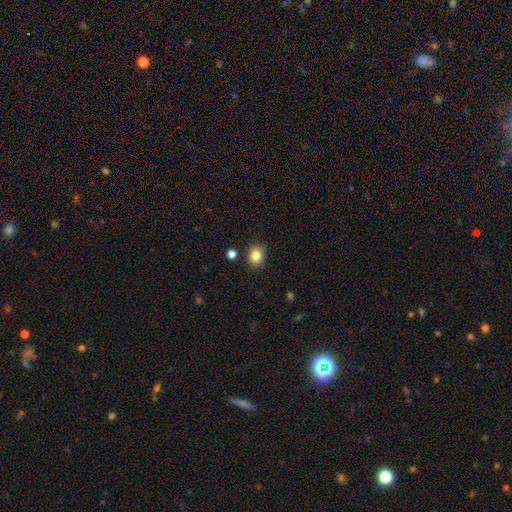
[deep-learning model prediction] This appears to be a smooth galaxy with no disk features (83%) that is round (64%). Merging: none (88%).